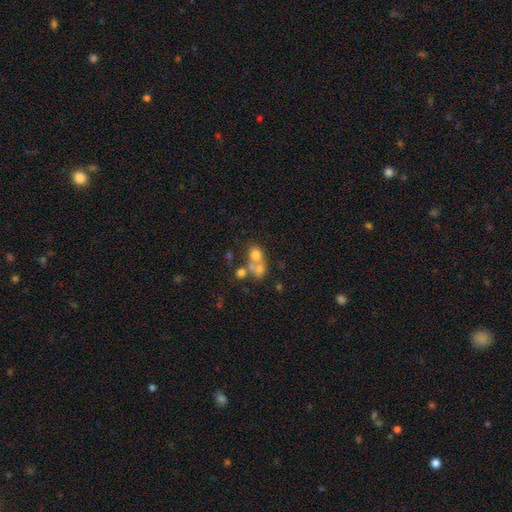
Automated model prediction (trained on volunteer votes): smooth_or_featured: smooth (p=0.63) [alt: featured or disk p=0.23]
how_rounded: round (p=0.65) [alt: in between p=0.33]
merging: merger (p=0.56) [alt: none p=0.31]